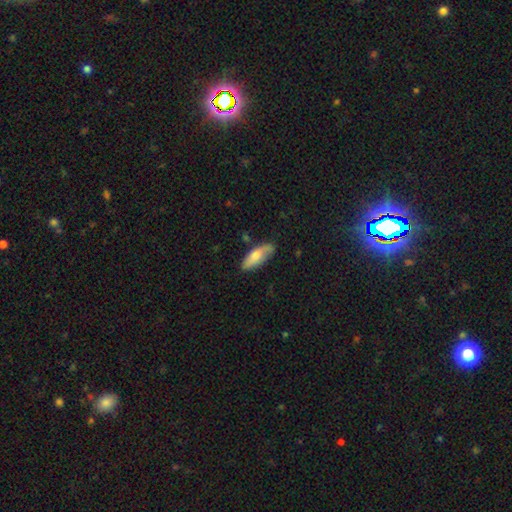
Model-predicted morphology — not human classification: The model was most divided on "how rounded": in between: 72%, cigar-shaped: 26%, round: 2%. More confident: smooth or featured — smooth (72%); merging — none (70%).